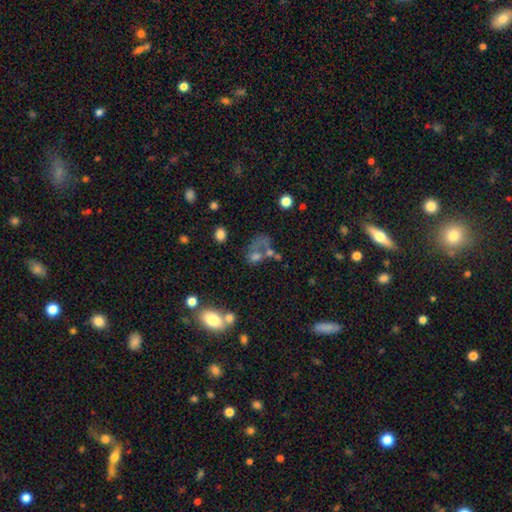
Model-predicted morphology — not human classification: Smooth or featured: smooth — 54% (featured or disk — 25%)
How rounded: in between — 60% (round — 37%)
Merging: merger — 33% (none — 27%)